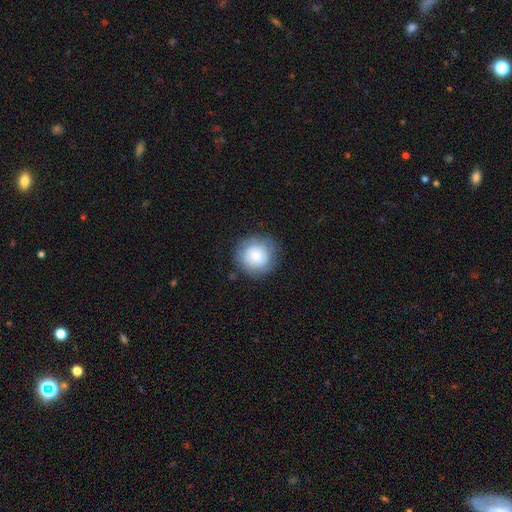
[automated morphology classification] Q: Smooth or featured?
A: smooth (72%); runner-up: featured or disk (20%)
Q: How rounded?
A: round (92%); runner-up: in between (7%)
Q: Merging?
A: none (81%); runner-up: minor disturbance (13%)